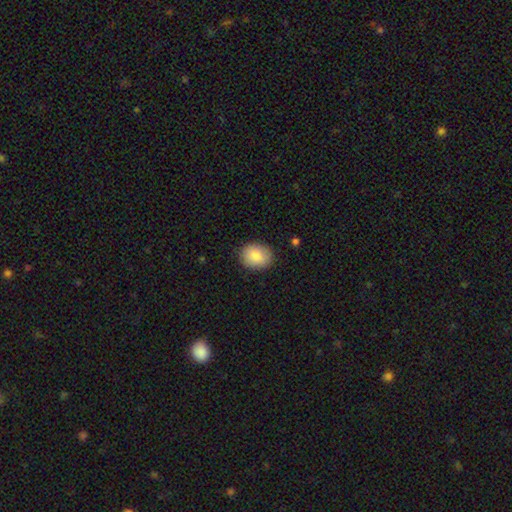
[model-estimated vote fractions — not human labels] Q: Smooth or featured?
A: smooth (87%); runner-up: star or artifact (7%)
Q: How rounded?
A: in between (54%); runner-up: round (45%)
Q: Merging?
A: none (87%); runner-up: minor disturbance (10%)